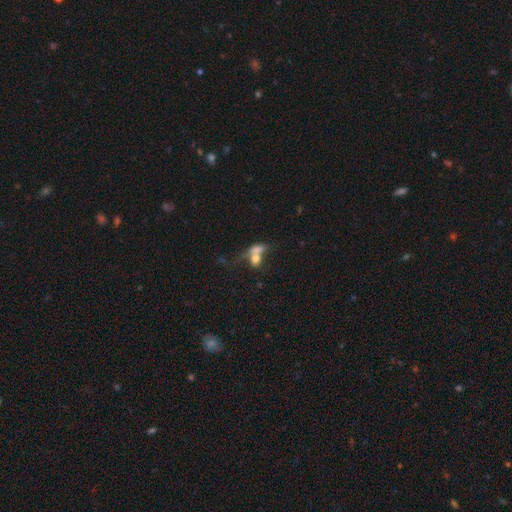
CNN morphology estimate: A smooth galaxy with no disk features (64%) that is in between round and cigar-shaped (60%). Merging: merger (67%).